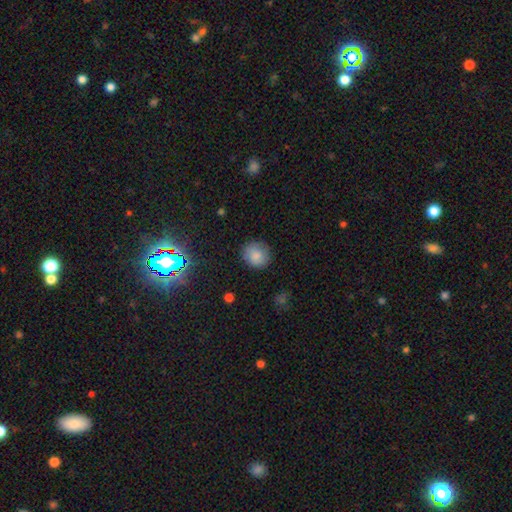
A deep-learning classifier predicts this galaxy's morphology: type=smooth (83%); roundness=round (80%); merging=none (84%).